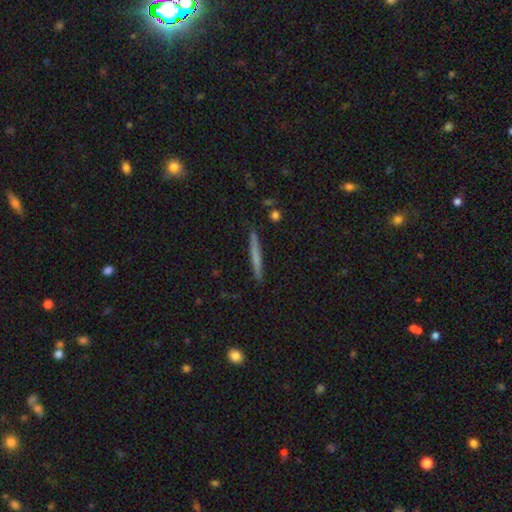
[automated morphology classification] The model was most divided on "smooth or featured": smooth: 61%, featured or disk: 33%, star or artifact: 6%. More confident: how rounded — cigar-shaped (96%); merging — none (91%).